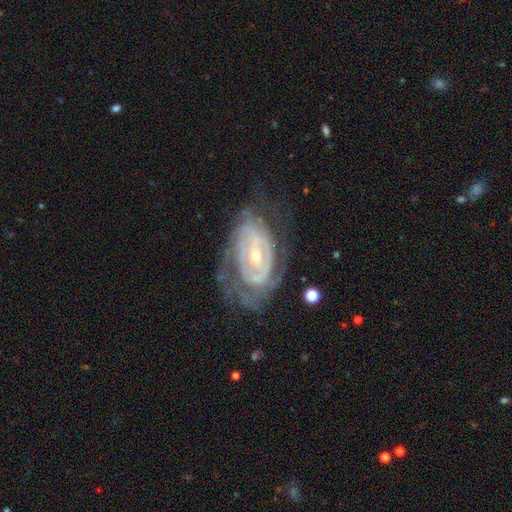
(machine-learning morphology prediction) Smooth or featured?
  - featured or disk: 85% *
  - smooth: 9%
  - star or artifact: 6%
Edge-on disk?
  - no: 95% *
  - yes: 5%
Bar?
  - no: 42% *
  - weak: 37%
  - strong: 21%
Spiral arms?
  - yes: 89% *
  - no: 11%
Spiral winding?
  - tight: 68% *
  - medium: 25%
  - loose: 7%
Spiral arm count?
  - can't tell: 42% *
  - 2: 29%
  - 3: 13%
  - 4: 7%
  - 1: 5%
  - more than 4: 4%
Bulge size?
  - small: 60% *
  - moderate: 37%
  - large: 2%
  - none: 1%
  - dominant: 1%
Merging?
  - none: 57% *
  - minor disturbance: 23%
  - major disturbance: 18%
  - merger: 2%